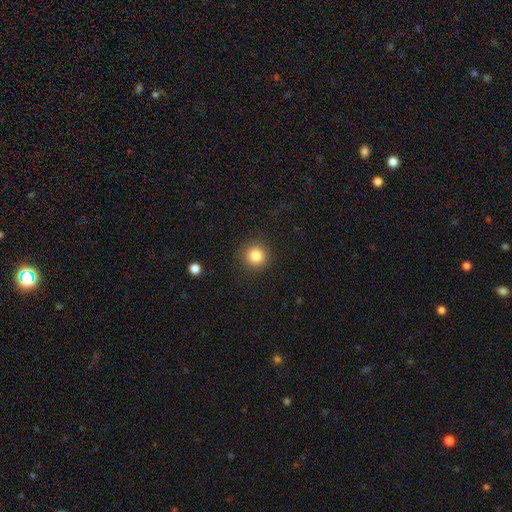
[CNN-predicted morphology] Overall: smooth (84%). How rounded: round (94%). Merging: none (90%).